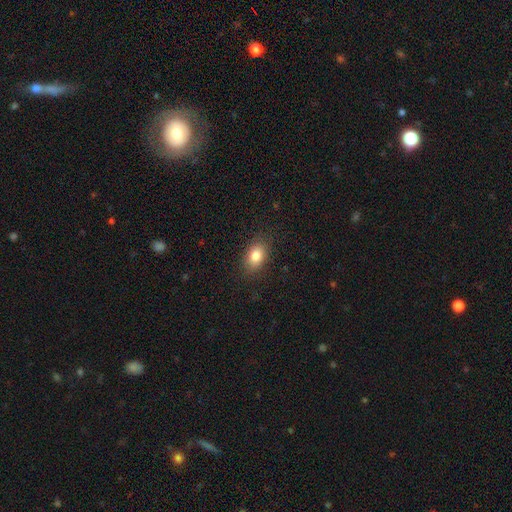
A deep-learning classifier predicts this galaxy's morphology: smooth_or_featured: smooth (p=0.83) [alt: star or artifact p=0.09]
how_rounded: in between (p=0.81) [alt: round p=0.17]
merging: none (p=0.86) [alt: minor disturbance p=0.10]